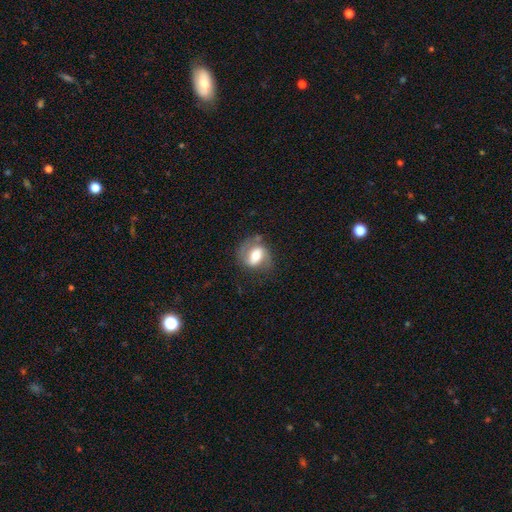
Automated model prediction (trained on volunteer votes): Smooth or featured?
  - featured or disk: 55% *
  - smooth: 37%
  - star or artifact: 8%
Edge-on disk?
  - no: 95% *
  - yes: 5%
Bar?
  - weak: 39% *
  - strong: 35%
  - no: 26%
Spiral arms?
  - yes: 76% *
  - no: 24%
Bulge size?
  - moderate: 56% *
  - large: 26%
  - small: 13%
  - dominant: 3%
  - none: 2%
Merging?
  - none: 60% *
  - minor disturbance: 23%
  - major disturbance: 14%
  - merger: 4%